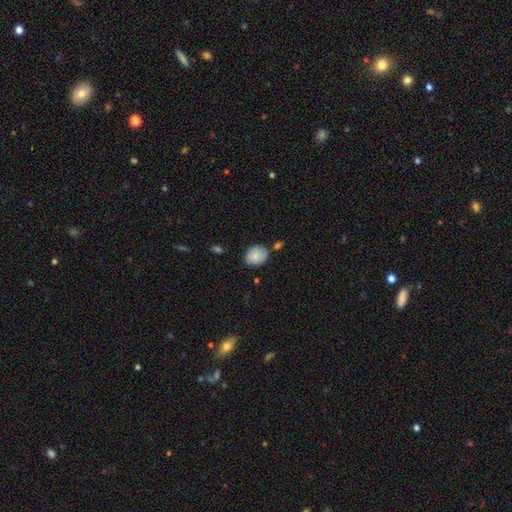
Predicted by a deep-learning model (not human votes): Smooth or featured? Predicted: smooth (p=0.80). How rounded? Predicted: round (p=0.51). Merging? Predicted: none (p=0.67).